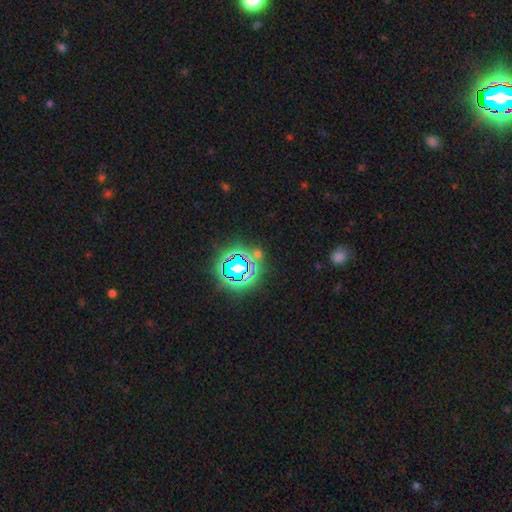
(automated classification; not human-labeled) A star or artifact, not a galaxy (71%).